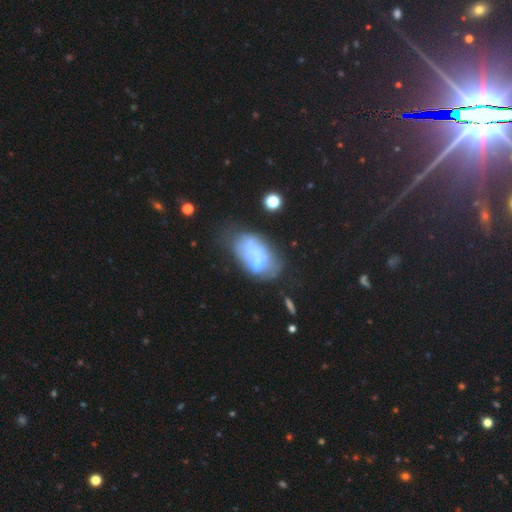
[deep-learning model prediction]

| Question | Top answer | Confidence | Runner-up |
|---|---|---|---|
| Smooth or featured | featured or disk | 50% | smooth (38%) |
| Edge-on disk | no | 96% | yes (4%) |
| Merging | merger | 31% | none (27%) |